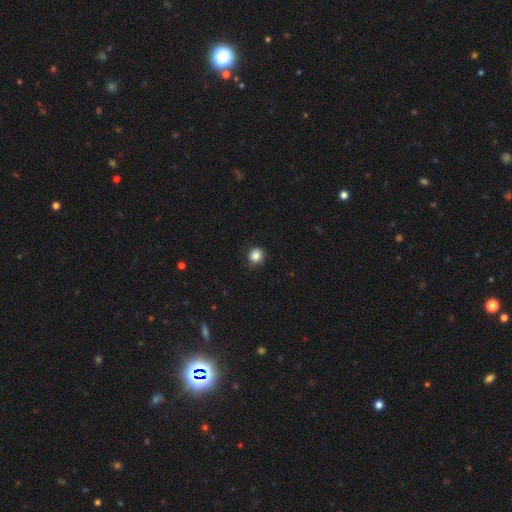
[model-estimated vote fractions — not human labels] smooth 85%, star or artifact 10%, featured or disk 5%. Down the decision tree: how rounded — round (88%); merging — none (76%).